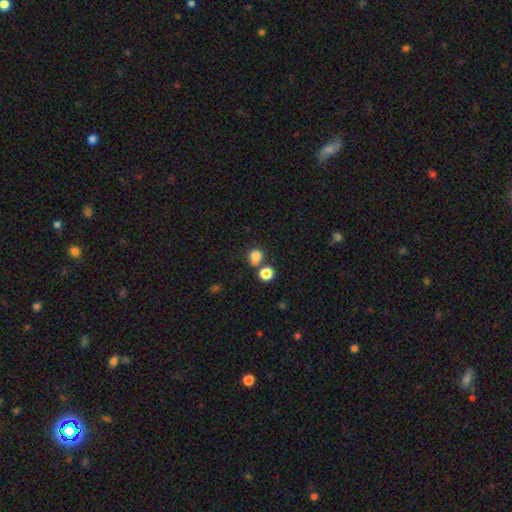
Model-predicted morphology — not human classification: smooth_or_featured: smooth (p=0.80) [alt: star or artifact p=0.13]
how_rounded: round (p=0.83) [alt: in between p=0.16]
merging: none (p=0.57) [alt: merger p=0.29]